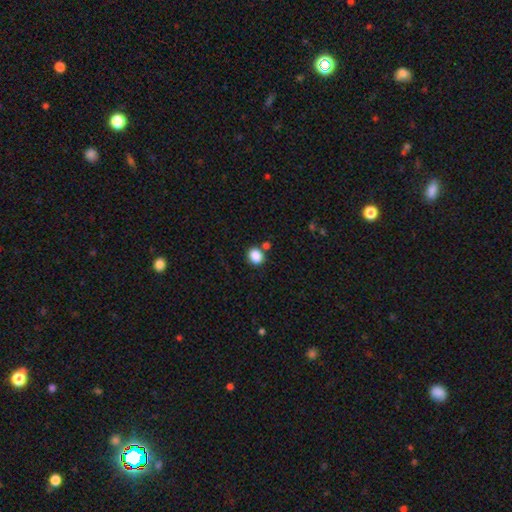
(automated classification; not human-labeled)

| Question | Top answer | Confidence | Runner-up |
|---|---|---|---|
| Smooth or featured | smooth | 87% | star or artifact (10%) |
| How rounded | round | 70% | in between (29%) |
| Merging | none | 73% | merger (13%) |